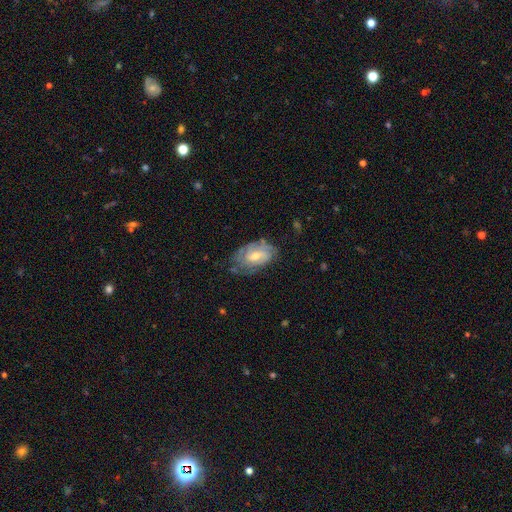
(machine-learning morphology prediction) smooth-or-featured: featured or disk: 69% | smooth: 25% | star or artifact: 6%
  disk-edge-on: no: 95% | yes: 5%
    bar: weak: 47% | no: 44% | strong: 9%
    has-spiral-arms: yes: 84% | no: 16%
      spiral-winding: tight: 56% | medium: 32% | loose: 11%
      spiral-arm-count: can't tell: 44% | 2: 33% | 3: 11% | 1: 5% | 4: 4% | more than 4: 3%
    bulge-size: moderate: 58% | small: 36% | large: 3% | none: 2% | dominant: 1%
  merging: none: 59% | minor disturbance: 28% | major disturbance: 11% | merger: 2%